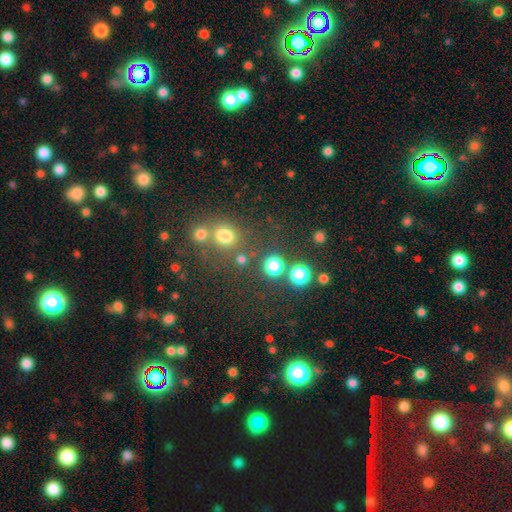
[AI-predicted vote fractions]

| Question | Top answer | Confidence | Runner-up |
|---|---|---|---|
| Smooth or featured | star or artifact | 53% | smooth (36%) |